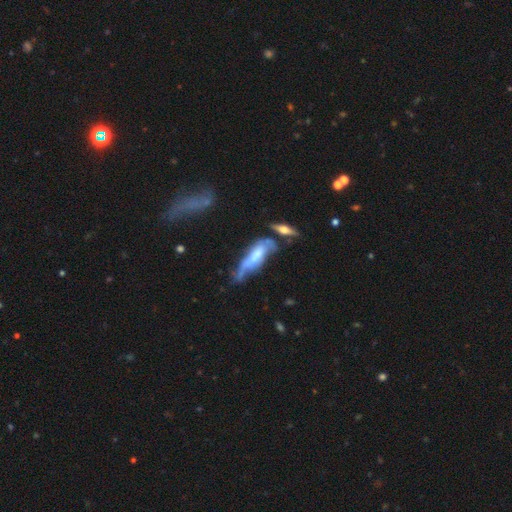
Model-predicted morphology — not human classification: Smooth or featured?
  - featured or disk: 50% *
  - smooth: 42%
  - star or artifact: 8%
Edge-on disk?
  - no: 57% *
  - yes: 43%
Merging?
  - major disturbance: 26% *
  - minor disturbance: 25%
  - none: 24%
  - merger: 24%